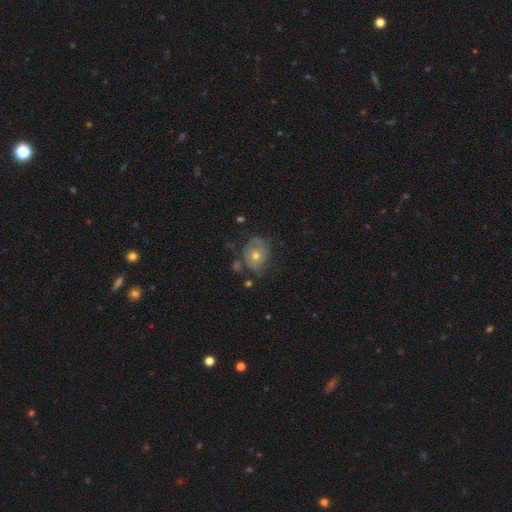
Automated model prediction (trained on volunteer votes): A smooth galaxy with no disk features (51%) that is round (58%).

Vote fractions:
- Smooth or featured? smooth: 51% / featured or disk: 41% / star or artifact: 9%
- How rounded? round: 58% / in between: 41% / cigar-shaped: 1%
- Merging? none: 51% / minor disturbance: 29% / major disturbance: 13% / merger: 7%